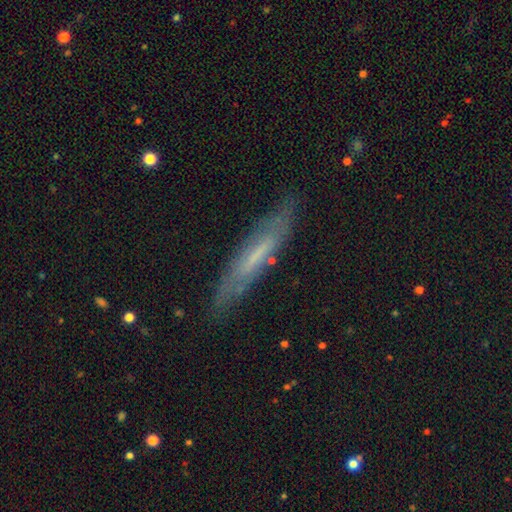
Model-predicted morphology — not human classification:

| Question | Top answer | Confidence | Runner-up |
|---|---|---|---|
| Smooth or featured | featured or disk | 53% | smooth (40%) |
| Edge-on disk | yes | 67% | no (33%) |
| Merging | none | 79% | minor disturbance (15%) |